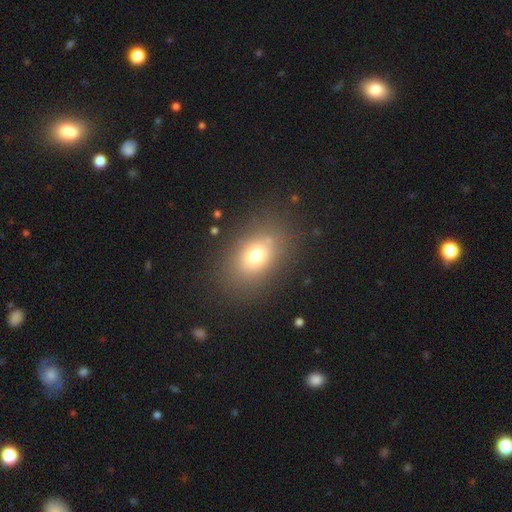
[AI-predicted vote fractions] Overall: smooth (73%). How rounded: in between (77%). Merging: none (81%).